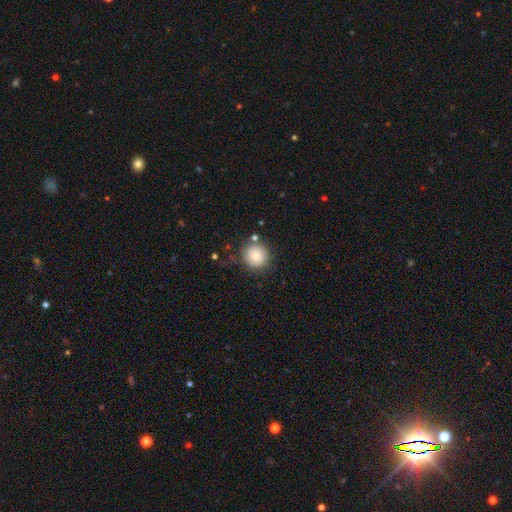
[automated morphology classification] A smooth galaxy with no disk features (85%) that is round (93%). Merging: none (82%).